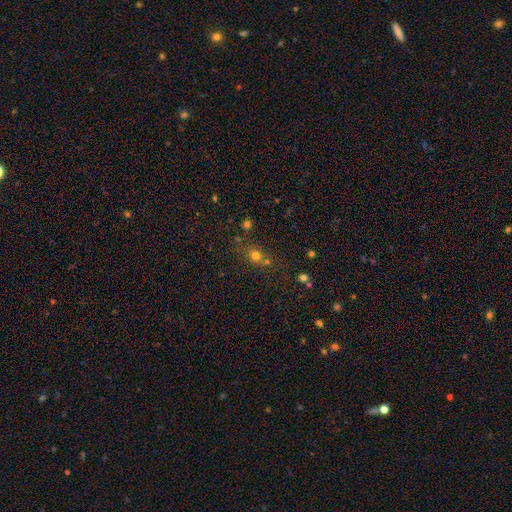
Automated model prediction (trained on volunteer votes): smooth 69%, star or artifact 21%, featured or disk 10%. Down the decision tree: how rounded — round (78%); merging — none (61%).